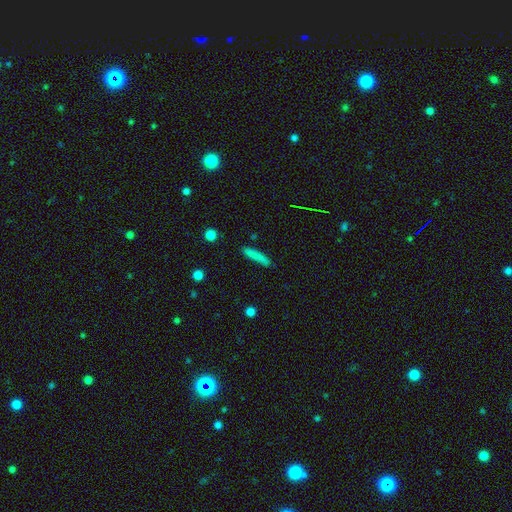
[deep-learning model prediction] A smooth galaxy with no disk features (80%) that is cigar-shaped (89%). Merging: none (78%).